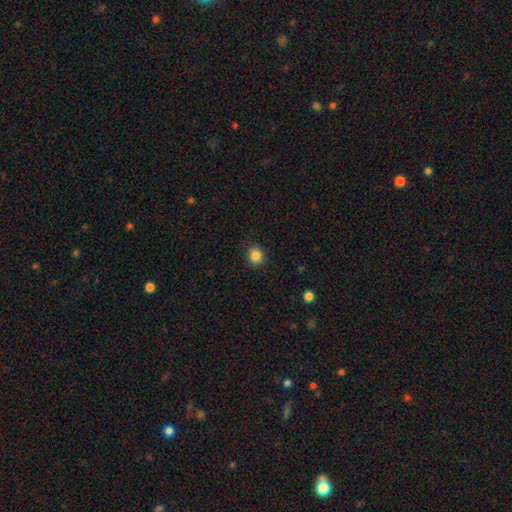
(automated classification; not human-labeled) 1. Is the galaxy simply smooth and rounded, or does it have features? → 85% smooth, 11% star or artifact, 4% featured or disk.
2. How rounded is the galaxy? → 79% round, 20% in between, 1% cigar-shaped.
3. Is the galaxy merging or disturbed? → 89% none, 7% minor disturbance, 2% major disturbance, 1% merger.